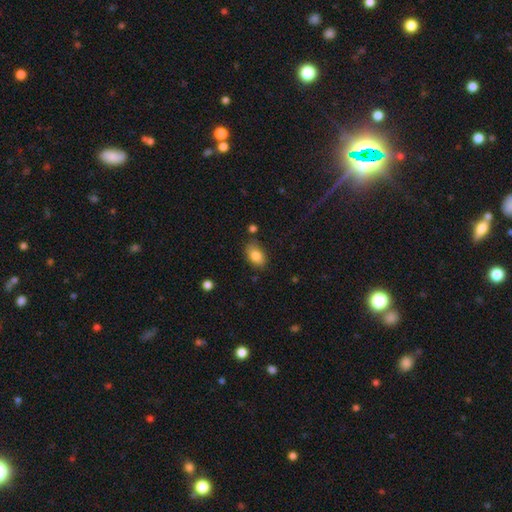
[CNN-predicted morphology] smooth 84%, featured or disk 8%, star or artifact 8%. Down the decision tree: how rounded — in between (89%); merging — none (78%).